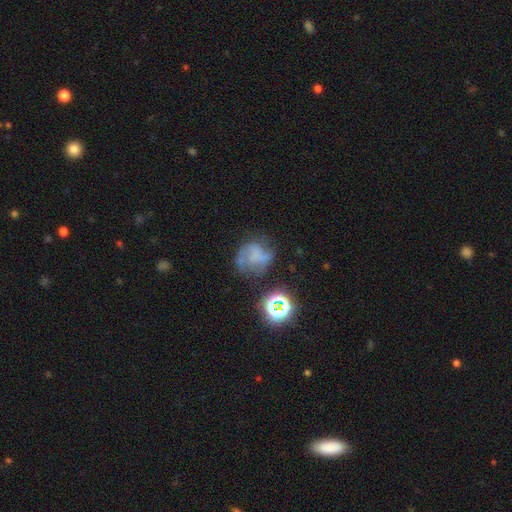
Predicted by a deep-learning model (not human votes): A featured or disk galaxy (46%). Merging: none (47%).